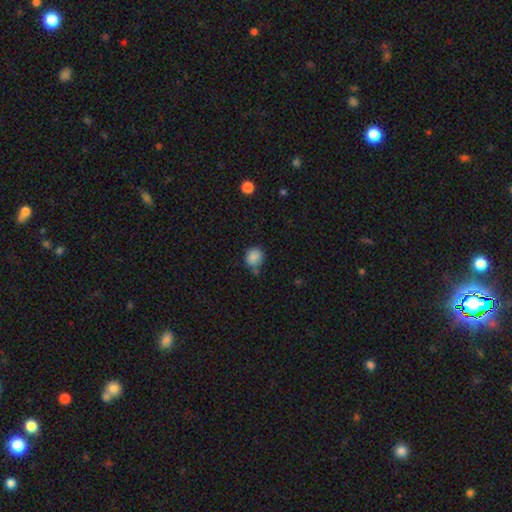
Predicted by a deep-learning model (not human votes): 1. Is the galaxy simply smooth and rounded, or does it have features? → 85% smooth, 9% star or artifact, 5% featured or disk.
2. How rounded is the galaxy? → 78% round, 21% in between, 1% cigar-shaped.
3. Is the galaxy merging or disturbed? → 64% none, 22% minor disturbance, 8% merger, 5% major disturbance.